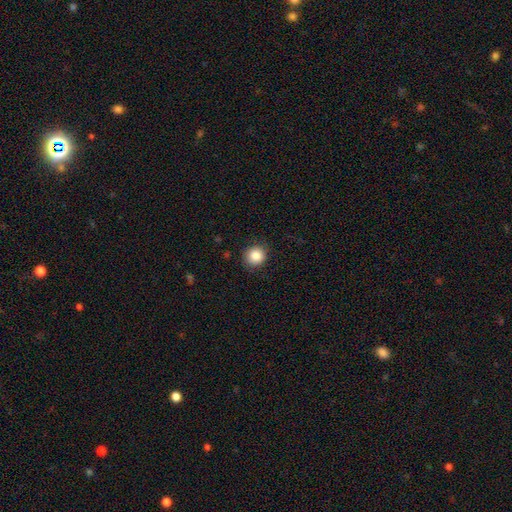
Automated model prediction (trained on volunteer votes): A smooth galaxy with no disk features (86%) that is round (86%). Merging: none (86%).